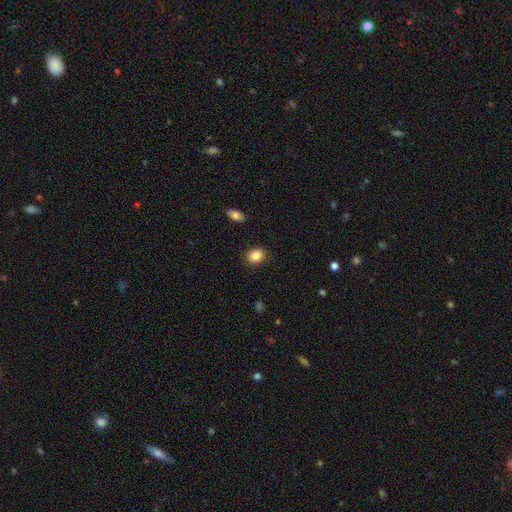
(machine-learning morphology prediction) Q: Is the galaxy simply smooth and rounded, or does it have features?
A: smooth — 87%.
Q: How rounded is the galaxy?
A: in between — 58%.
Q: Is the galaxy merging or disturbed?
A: none — 85%.